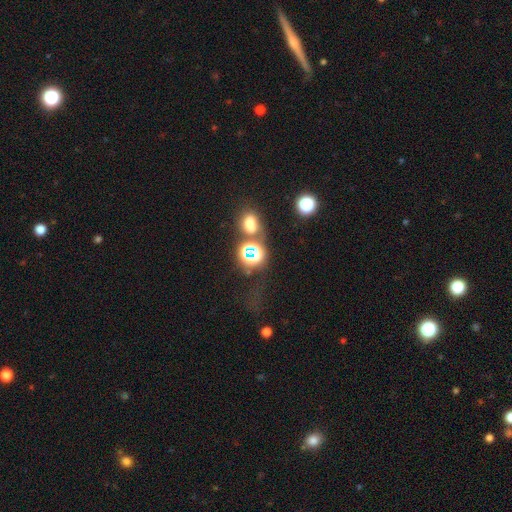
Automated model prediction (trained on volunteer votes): smooth_or_featured: star or artifact (p=0.46) [alt: smooth p=0.44]